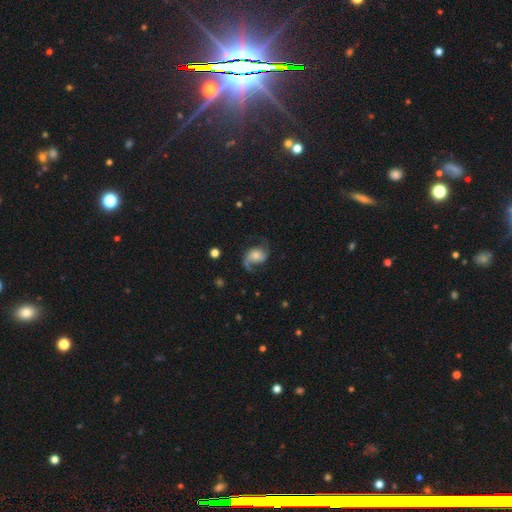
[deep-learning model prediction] Smooth or featured?
  - featured or disk: 79% *
  - smooth: 14%
  - star or artifact: 7%
Edge-on disk?
  - no: 98% *
  - yes: 2%
Bar?
  - no: 67% *
  - weak: 27%
  - strong: 6%
Spiral arms?
  - yes: 95% *
  - no: 5%
Spiral winding?
  - loose: 54% *
  - medium: 37%
  - tight: 9%
Spiral arm count?
  - 2: 87% *
  - 1: 8%
  - can't tell: 2%
  - 3: 1%
  - 4: 1%
  - more than 4: 1%
Bulge size?
  - small: 37% *
  - moderate: 36%
  - large: 13%
  - none: 10%
  - dominant: 4%
Merging?
  - none: 67% *
  - minor disturbance: 18%
  - major disturbance: 13%
  - merger: 2%